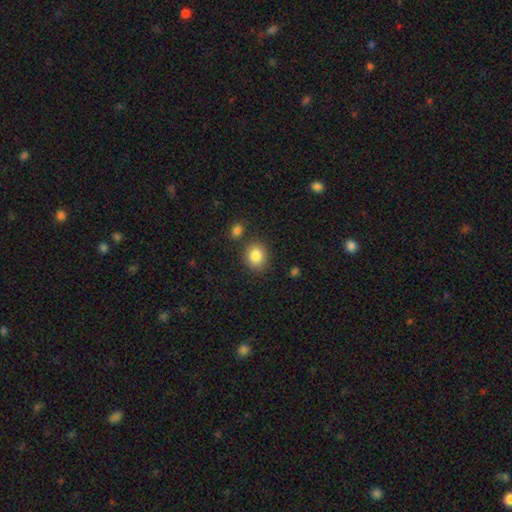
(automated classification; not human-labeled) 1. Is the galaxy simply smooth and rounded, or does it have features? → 85% smooth, 9% star or artifact, 6% featured or disk.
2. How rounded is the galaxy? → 67% round, 32% in between, 1% cigar-shaped.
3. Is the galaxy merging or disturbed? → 80% none, 10% minor disturbance, 7% merger, 3% major disturbance.